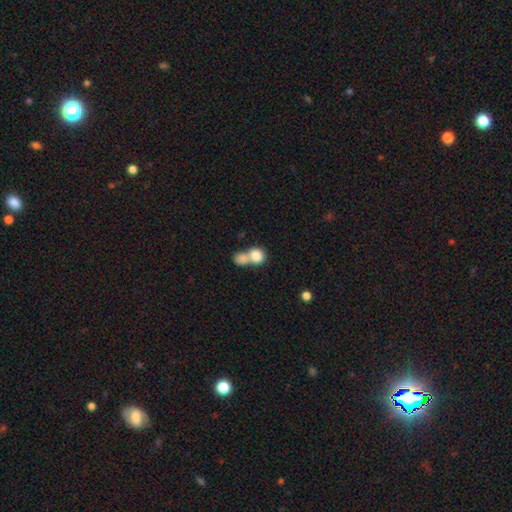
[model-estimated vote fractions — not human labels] Q: Smooth or featured?
A: smooth (82%); runner-up: featured or disk (10%)
Q: How rounded?
A: round (71%); runner-up: in between (27%)
Q: Merging?
A: merger (66%); runner-up: none (24%)